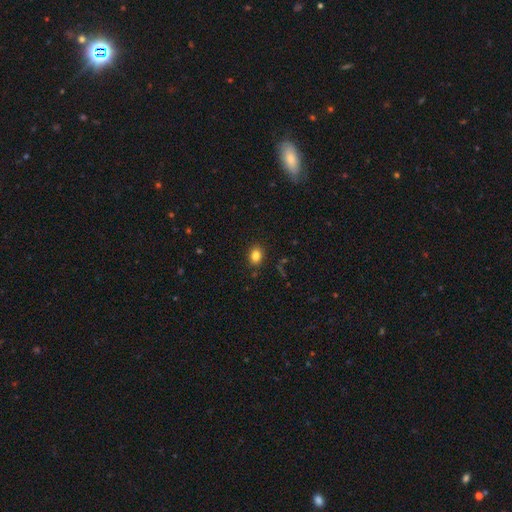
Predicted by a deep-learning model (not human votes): Smooth or featured? smooth (83%)
How rounded? in between (58%)
Merging? none (88%)